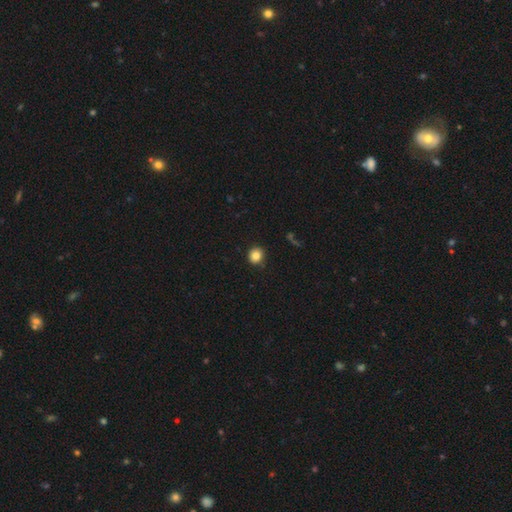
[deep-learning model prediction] This appears to be a smooth galaxy with no disk features (85%) that is round (86%). Merging: none (88%).